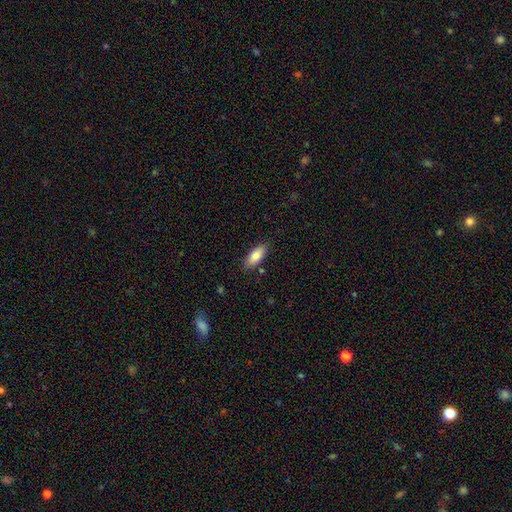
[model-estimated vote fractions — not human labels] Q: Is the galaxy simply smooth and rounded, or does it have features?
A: smooth — 82%.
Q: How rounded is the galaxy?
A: in between — 78%.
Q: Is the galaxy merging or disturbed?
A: none — 85%.